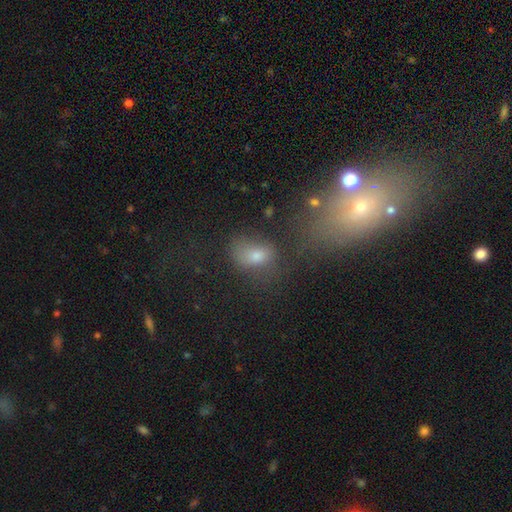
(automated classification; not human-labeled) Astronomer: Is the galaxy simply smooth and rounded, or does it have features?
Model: smooth — 66%.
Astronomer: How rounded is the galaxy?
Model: in between — 76%.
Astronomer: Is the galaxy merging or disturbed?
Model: none — 41% (runner-up: major disturbance, 22%).